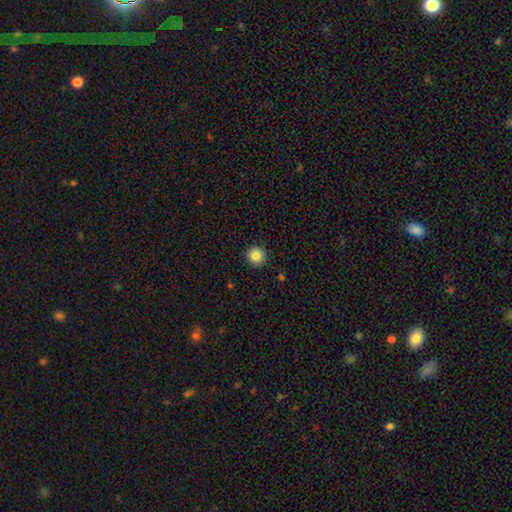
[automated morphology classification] type=smooth (84%); roundness=round (95%); merging=none (92%).